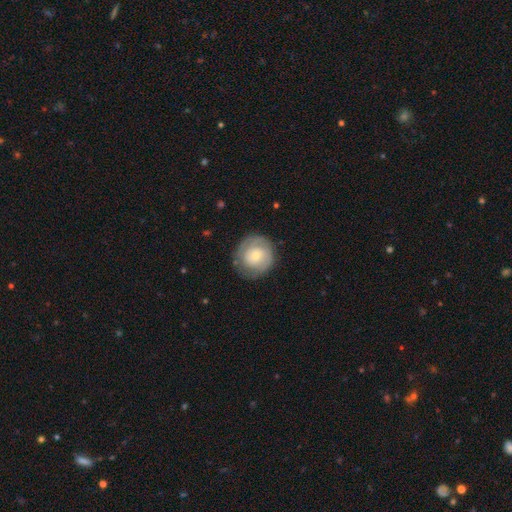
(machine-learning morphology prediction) Overall: featured or disk (49%; smooth 45%). Merging: none (77%).